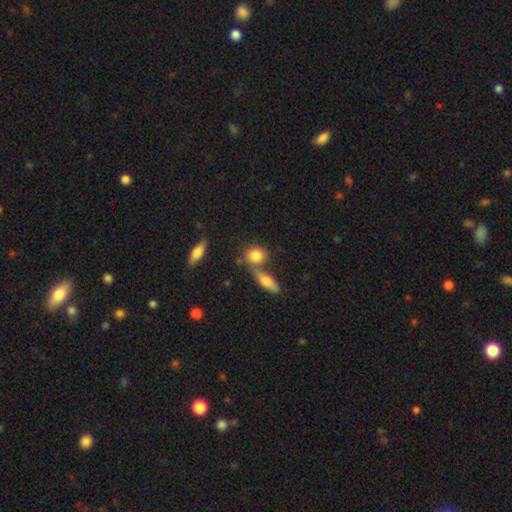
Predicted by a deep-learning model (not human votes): The model was most divided on "merging": none: 49%, merger: 36%, minor disturbance: 10%, major disturbance: 4%. More confident: smooth or featured — smooth (82%); how rounded — round (59%).